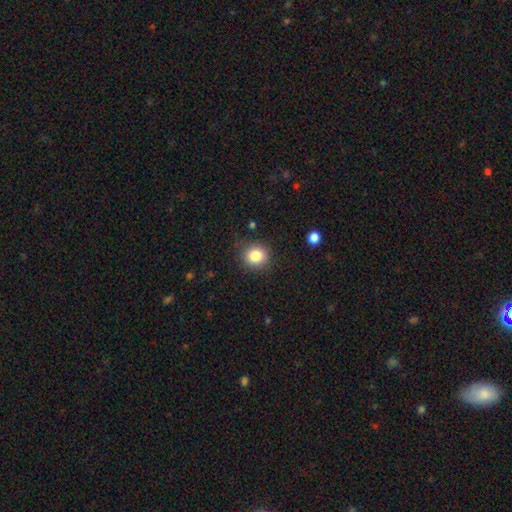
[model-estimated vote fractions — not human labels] This is clearly a smooth galaxy (84%). How rounded: clearly round (88%). Merging: clearly none (86%).